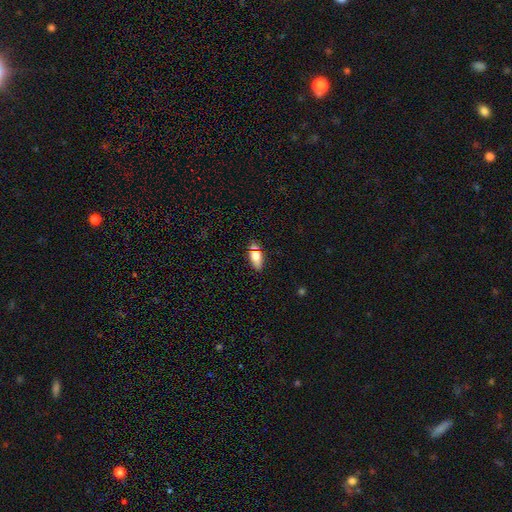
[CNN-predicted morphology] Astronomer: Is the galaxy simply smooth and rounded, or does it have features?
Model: smooth — 73%.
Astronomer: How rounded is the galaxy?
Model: in between — 79%.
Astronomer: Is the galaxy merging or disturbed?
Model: none — 71%.